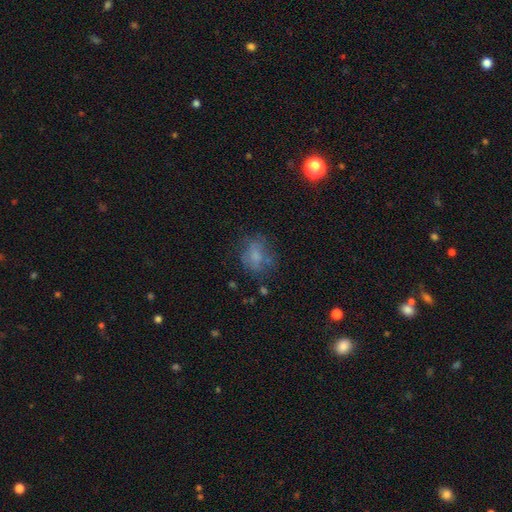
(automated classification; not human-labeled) A smooth galaxy with no disk features (59%) that is round (52%).

Vote fractions:
- Smooth or featured? smooth: 59% / featured or disk: 26% / star or artifact: 15%
- How rounded? round: 52% / in between: 46% / cigar-shaped: 2%
- Merging? none: 57% / minor disturbance: 22% / major disturbance: 17% / merger: 4%